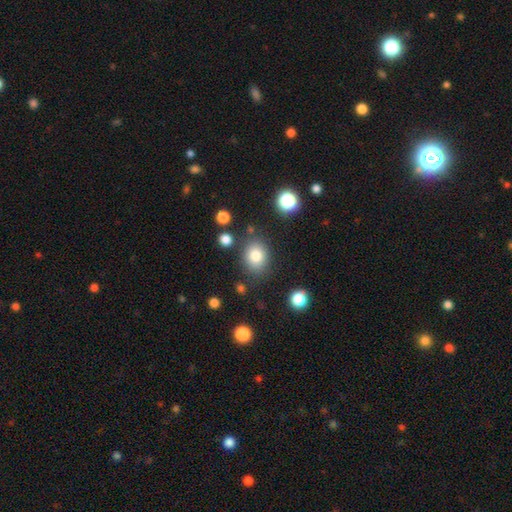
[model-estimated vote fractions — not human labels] A smooth galaxy with no disk features (80%) that is round (55%).

Vote fractions:
- Smooth or featured? smooth: 80% / star or artifact: 11% / featured or disk: 9%
- How rounded? round: 55% / in between: 44% / cigar-shaped: 1%
- Merging? none: 80% / minor disturbance: 11% / merger: 4% / major disturbance: 4%